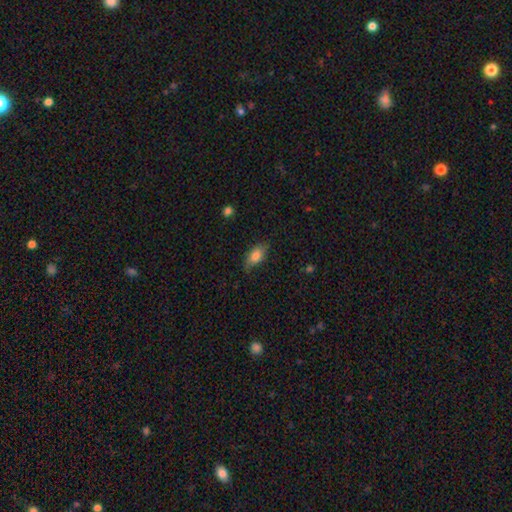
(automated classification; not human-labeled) smooth_or_featured: smooth (p=0.80) [alt: featured or disk p=0.13]
how_rounded: in between (p=0.88) [alt: cigar-shaped p=0.07]
merging: none (p=0.71) [alt: minor disturbance p=0.23]